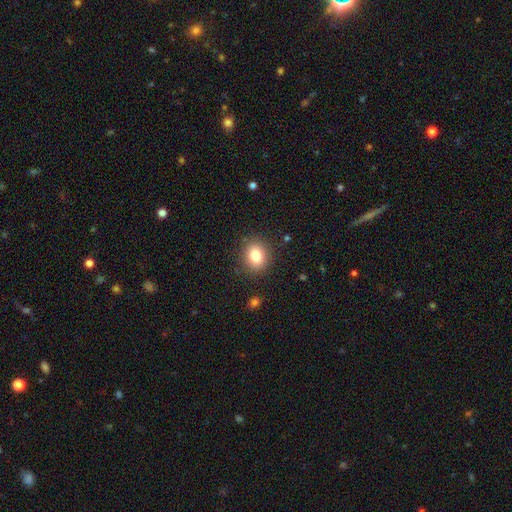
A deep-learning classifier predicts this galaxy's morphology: smooth 81%, star or artifact 10%, featured or disk 8%. Down the decision tree: how rounded — round (64%); merging — none (87%).